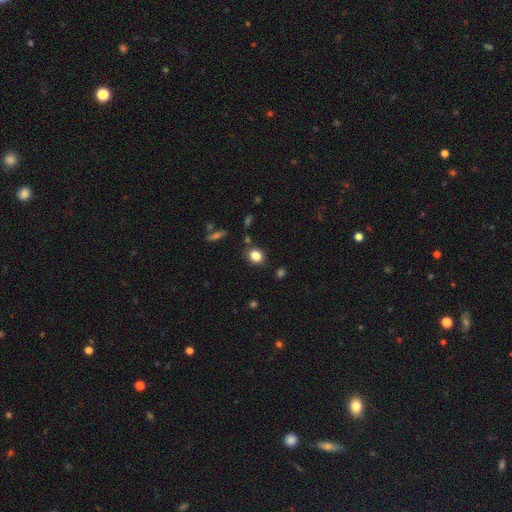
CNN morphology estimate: A smooth galaxy with no disk features (83%) that is in between round and cigar-shaped (54%). Merging: none (84%).